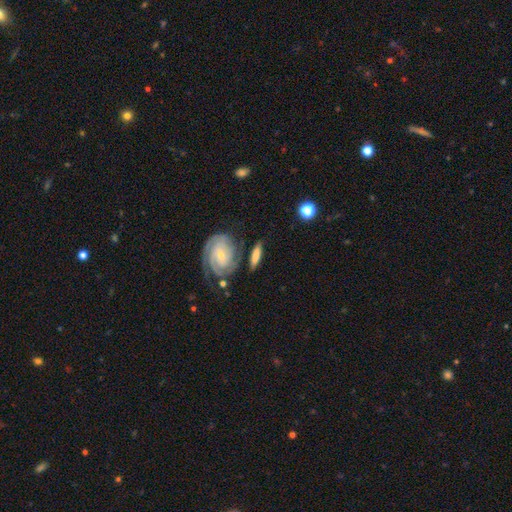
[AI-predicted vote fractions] smooth_or_featured: featured or disk (p=0.49) [alt: smooth p=0.44]
merging: none (p=0.69) [alt: minor disturbance p=0.15]